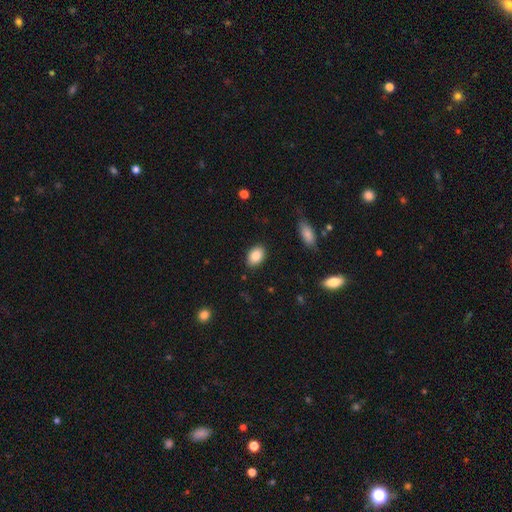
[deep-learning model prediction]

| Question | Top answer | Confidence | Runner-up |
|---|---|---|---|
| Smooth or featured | smooth | 87% | star or artifact (7%) |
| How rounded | in between | 87% | round (12%) |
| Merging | none | 88% | minor disturbance (9%) |